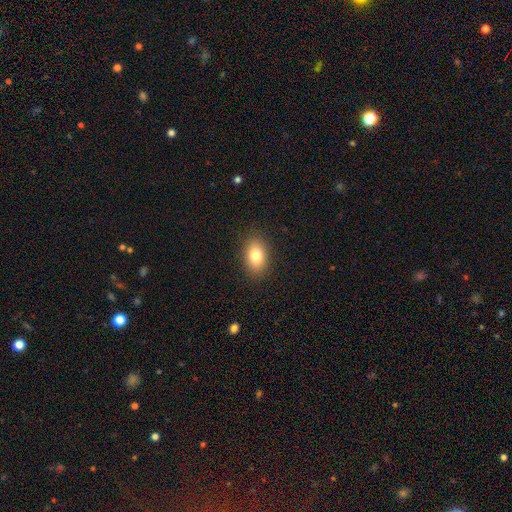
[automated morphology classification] smooth_or_featured: smooth (p=0.82) [alt: featured or disk p=0.10]
how_rounded: in between (p=0.86) [alt: round p=0.13]
merging: none (p=0.88) [alt: minor disturbance p=0.09]